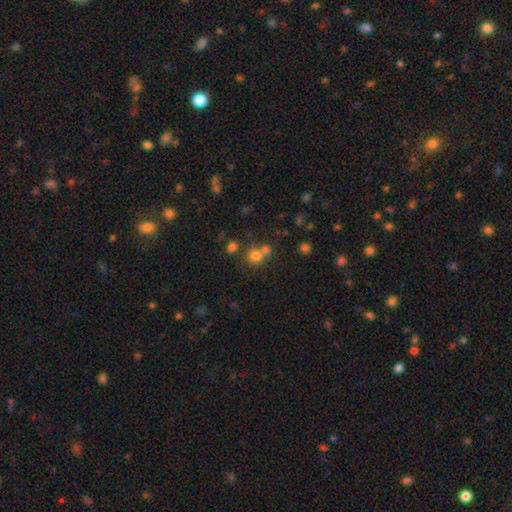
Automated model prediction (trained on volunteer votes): A smooth galaxy with no disk features (73%) that is round (79%).

Vote fractions:
- Smooth or featured? smooth: 73% / star or artifact: 17% / featured or disk: 11%
- How rounded? round: 79% / in between: 20% / cigar-shaped: 1%
- Merging? none: 46% / merger: 42% / minor disturbance: 8% / major disturbance: 4%